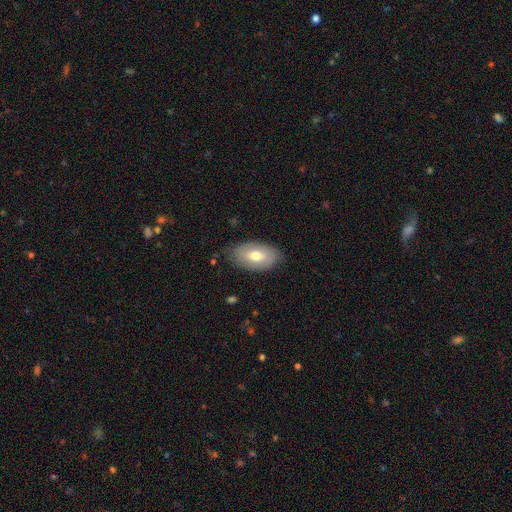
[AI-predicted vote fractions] The model was most divided on "smooth or featured": smooth: 65%, featured or disk: 29%, star or artifact: 6%. More confident: how rounded — in between (93%); merging — none (78%).